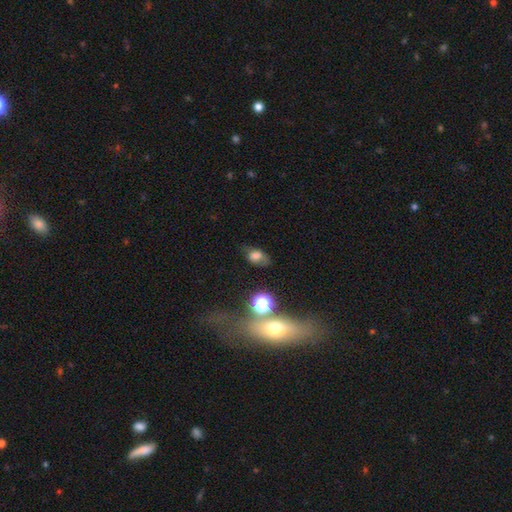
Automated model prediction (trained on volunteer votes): The model was most divided on "merging": none: 54%, minor disturbance: 27%, major disturbance: 13%, merger: 6%. More confident: how rounded — in between (77%); smooth or featured — smooth (66%).